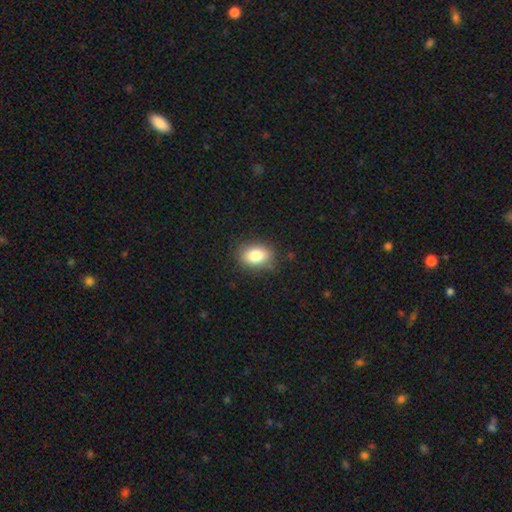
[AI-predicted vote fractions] smooth 82%, star or artifact 9%, featured or disk 9%. Down the decision tree: how rounded — in between (77%); merging — none (81%).